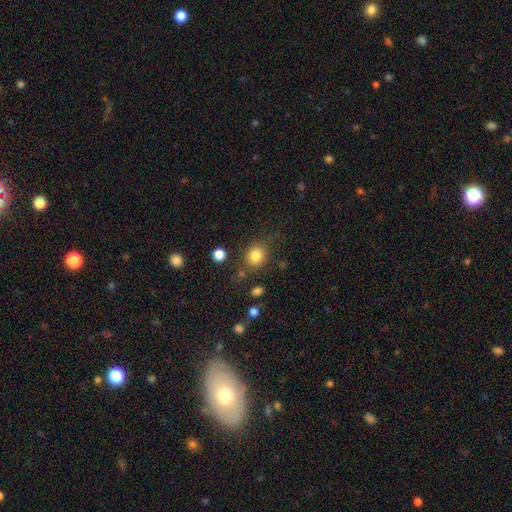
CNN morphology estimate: Overall: smooth (83%). How rounded: round (70%). Merging: none (75%).